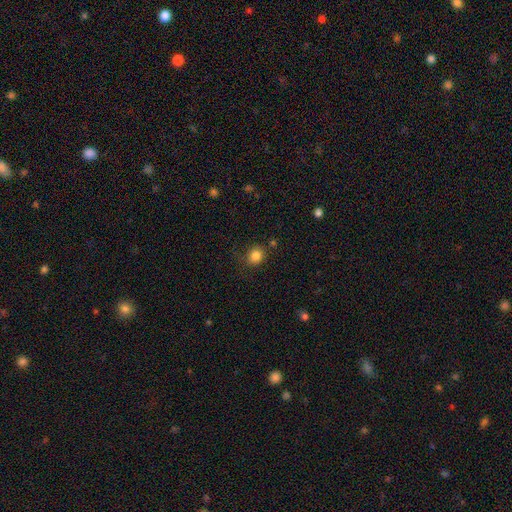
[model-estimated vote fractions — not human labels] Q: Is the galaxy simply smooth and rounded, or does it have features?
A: smooth — 83%.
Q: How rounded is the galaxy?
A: round — 74%.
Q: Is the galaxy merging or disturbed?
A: none — 80%.